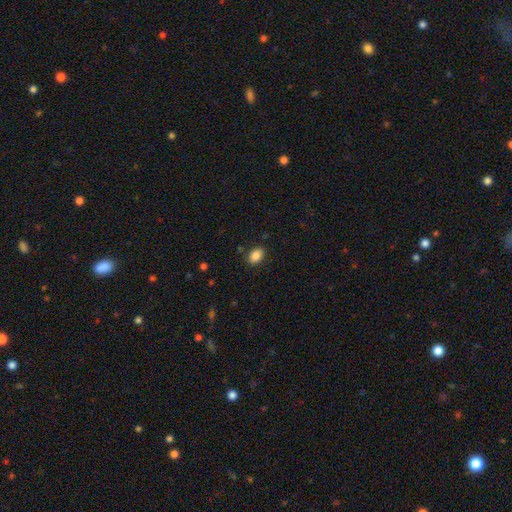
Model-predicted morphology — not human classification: Q: Smooth or featured?
A: smooth (86%); runner-up: star or artifact (9%)
Q: How rounded?
A: in between (83%); runner-up: round (16%)
Q: Merging?
A: none (87%); runner-up: minor disturbance (9%)